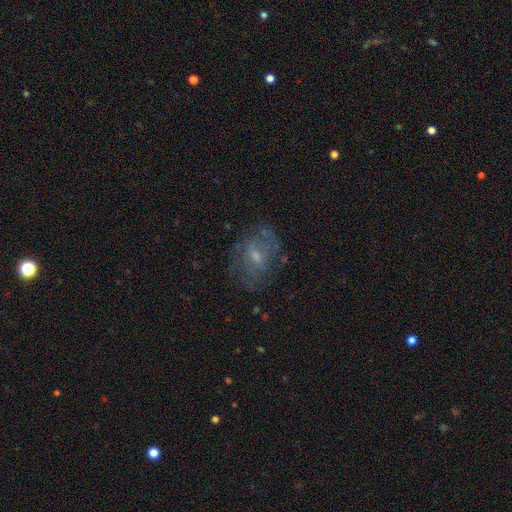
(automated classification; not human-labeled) Smooth or featured?
  - featured or disk: 56% *
  - smooth: 32%
  - star or artifact: 12%
Edge-on disk?
  - no: 95% *
  - yes: 5%
Bar?
  - no: 47% *
  - weak: 44%
  - strong: 9%
Spiral arms?
  - yes: 52% *
  - no: 48%
Bulge size?
  - small: 51% *
  - moderate: 37%
  - none: 9%
  - large: 2%
  - dominant: 1%
Merging?
  - none: 64% *
  - minor disturbance: 19%
  - major disturbance: 15%
  - merger: 2%